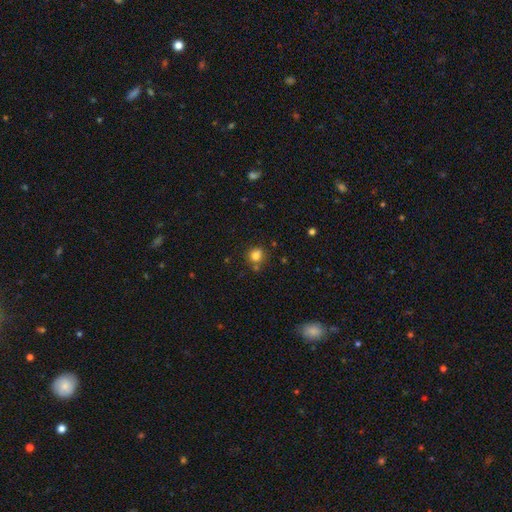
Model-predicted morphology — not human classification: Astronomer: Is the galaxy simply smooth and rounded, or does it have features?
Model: smooth — 81%.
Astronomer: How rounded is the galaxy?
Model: round — 83%.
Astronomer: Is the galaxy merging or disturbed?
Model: none — 71%.